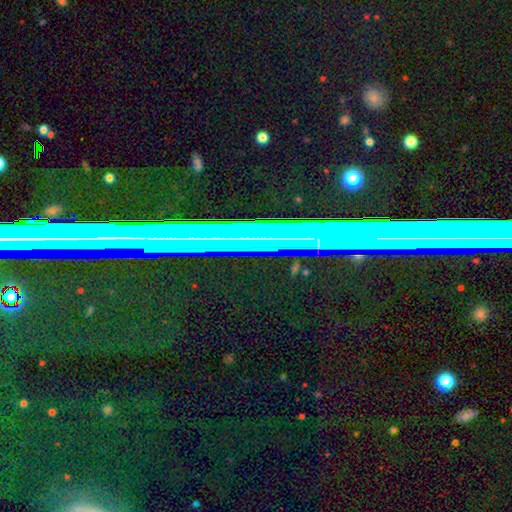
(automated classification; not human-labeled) Overall: star or artifact (71%).